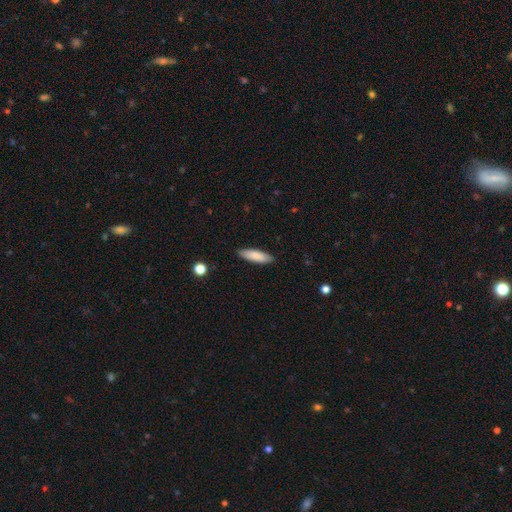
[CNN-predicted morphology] smooth 86%, featured or disk 8%, star or artifact 6%. Down the decision tree: how rounded — cigar-shaped (57%); merging — none (88%).